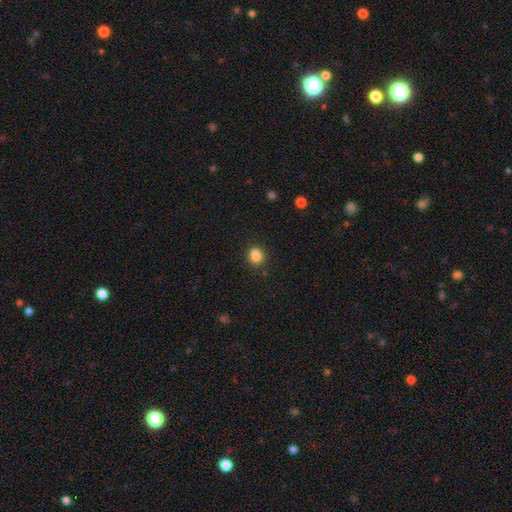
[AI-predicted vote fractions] Smooth or featured? Predicted: smooth (p=0.85). How rounded? Predicted: round (p=0.79). Merging? Predicted: none (p=0.87).